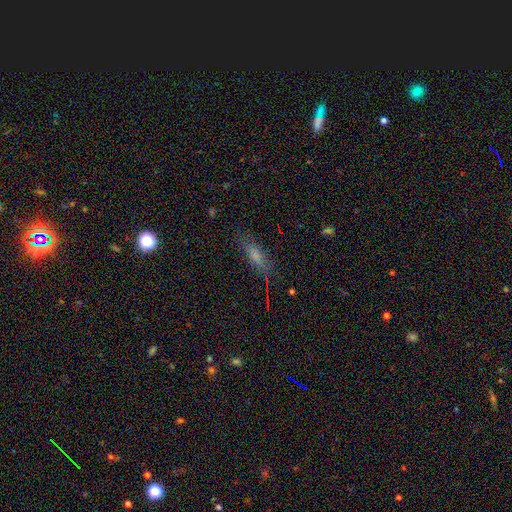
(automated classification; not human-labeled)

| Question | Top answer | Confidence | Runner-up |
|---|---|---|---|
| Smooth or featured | smooth | 64% | featured or disk (19%) |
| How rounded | in between | 53% | cigar-shaped (44%) |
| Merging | none | 74% | minor disturbance (18%) |